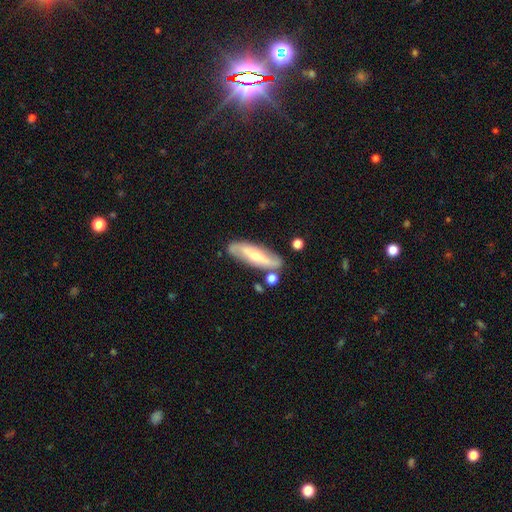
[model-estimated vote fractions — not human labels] smooth-or-featured: featured or disk: 63% | smooth: 31% | star or artifact: 6%
  disk-edge-on: no: 67% | yes: 33%
  merging: none: 78% | minor disturbance: 13% | merger: 5% | major disturbance: 4%